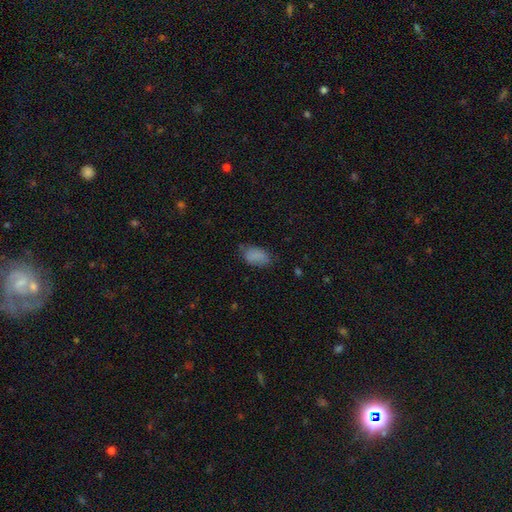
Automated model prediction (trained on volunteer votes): Smooth or featured: smooth — 84% (star or artifact — 9%)
How rounded: in between — 91% (round — 7%)
Merging: none — 68% (minor disturbance — 24%)